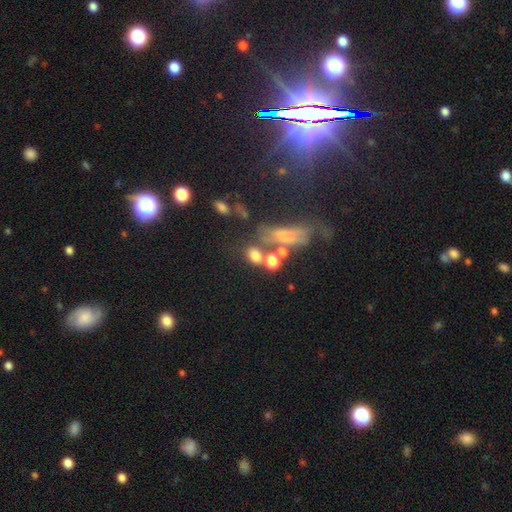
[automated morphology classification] Smooth or featured?
  - smooth: 68% *
  - star or artifact: 17%
  - featured or disk: 15%
How rounded?
  - in between: 57% *
  - round: 37%
  - cigar-shaped: 6%
Merging?
  - none: 42% *
  - merger: 33%
  - minor disturbance: 14%
  - major disturbance: 12%